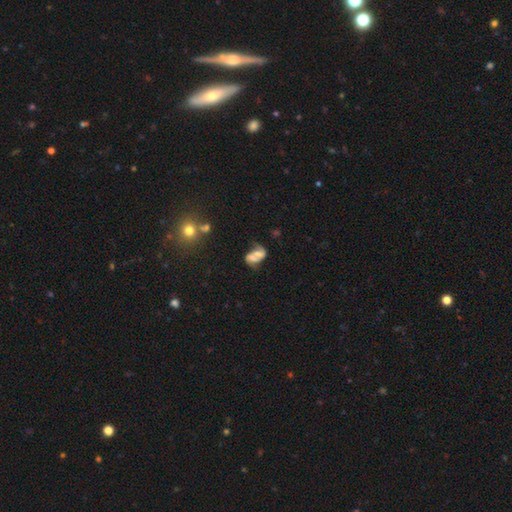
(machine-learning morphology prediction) A featured or disk galaxy (56%) with no bar (48%), spiral arms (69%) and a moderate central bulge (30%, tied with small). Merging: none (39%).